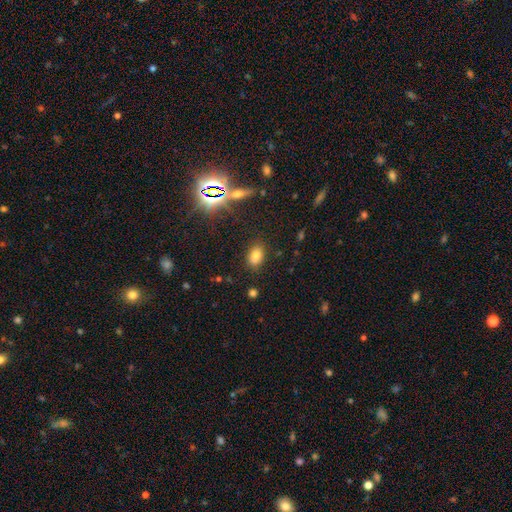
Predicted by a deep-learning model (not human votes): smooth 74%, star or artifact 17%, featured or disk 9%. Down the decision tree: how rounded — in between (81%); merging — none (82%).